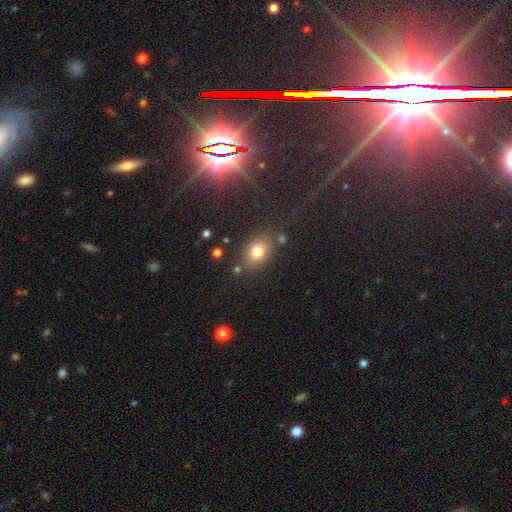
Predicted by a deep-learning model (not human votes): The model was most divided on "how rounded": in between: 69%, round: 30%, cigar-shaped: 2%. More confident: merging — none (79%); smooth or featured — smooth (77%).